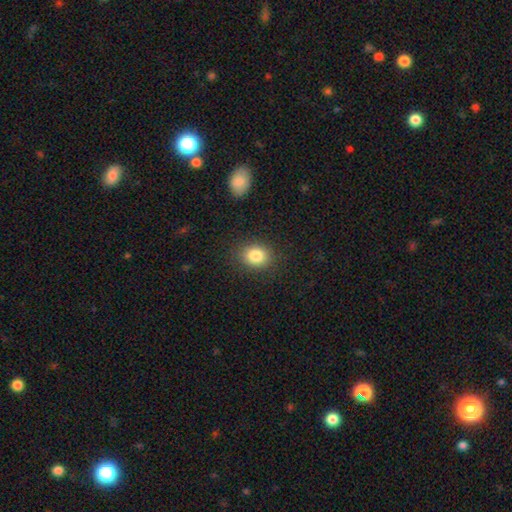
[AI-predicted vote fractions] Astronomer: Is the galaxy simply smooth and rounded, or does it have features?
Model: smooth — 84%.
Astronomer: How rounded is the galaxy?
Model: round — 60% (runner-up: in between, 39%).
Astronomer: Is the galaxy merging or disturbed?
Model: none — 86%.